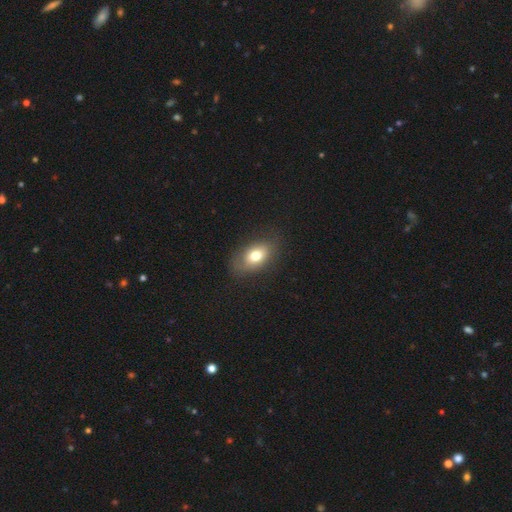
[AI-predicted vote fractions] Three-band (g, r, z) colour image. It shows a smooth galaxy with no disk features (73%) that is in between round and cigar-shaped (84%). Merging: none (75%).